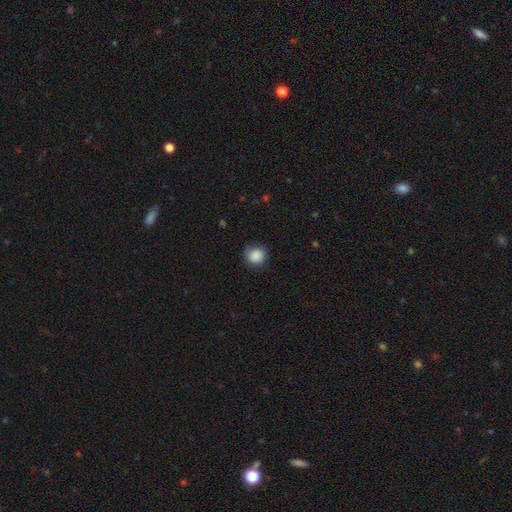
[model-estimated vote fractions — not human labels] This is clearly a smooth galaxy (88%). How rounded: clearly round (85%). Merging: likely none (77%).